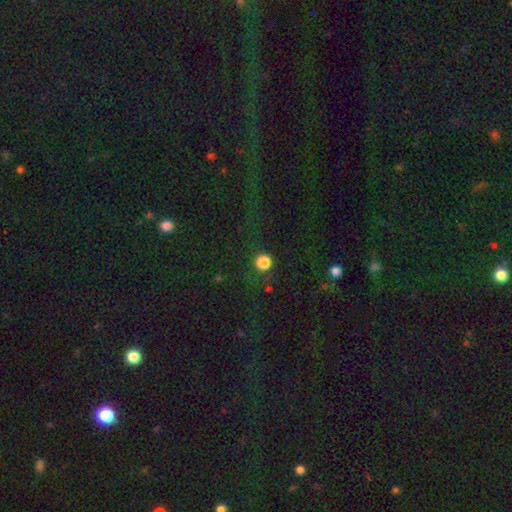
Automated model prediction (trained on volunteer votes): A star or artifact, not a galaxy (75%).

Vote fractions:
- Smooth or featured? star or artifact: 75% / smooth: 17% / featured or disk: 8%